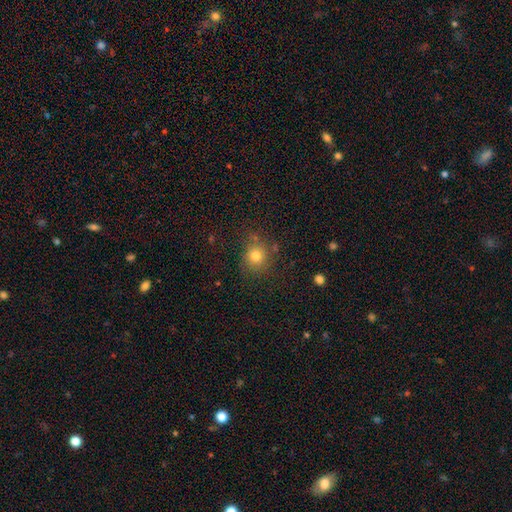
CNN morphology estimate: Smooth or featured: smooth — 79% (star or artifact — 14%)
How rounded: round — 84% (in between — 15%)
Merging: none — 77% (minor disturbance — 14%)